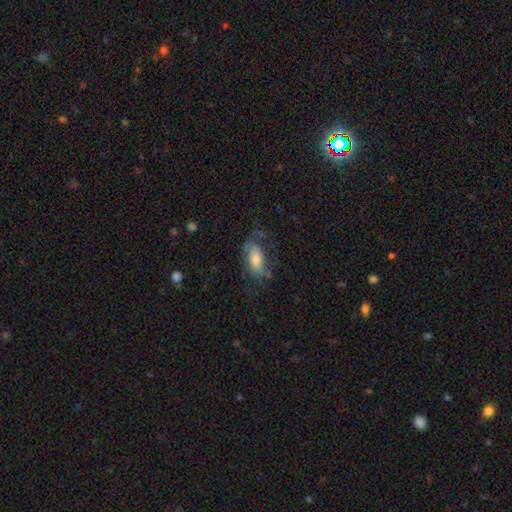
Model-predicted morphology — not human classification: Smooth or featured? Predicted: featured or disk (p=0.46). Merging? Predicted: none (p=0.55).